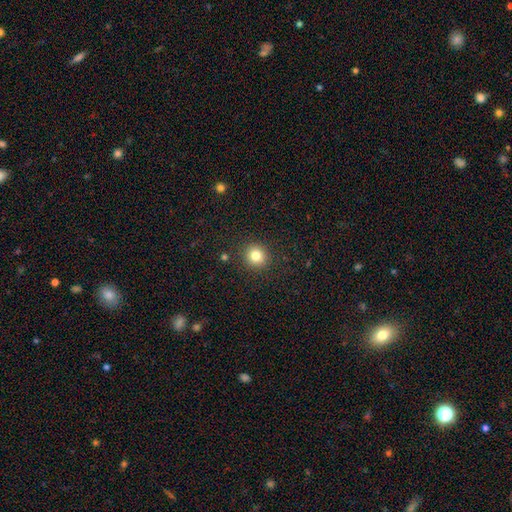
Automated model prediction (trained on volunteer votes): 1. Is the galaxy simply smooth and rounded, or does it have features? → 82% smooth, 12% star or artifact, 7% featured or disk.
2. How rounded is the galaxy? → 91% round, 8% in between, 1% cigar-shaped.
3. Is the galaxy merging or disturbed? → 90% none, 6% minor disturbance, 2% major disturbance, 1% merger.